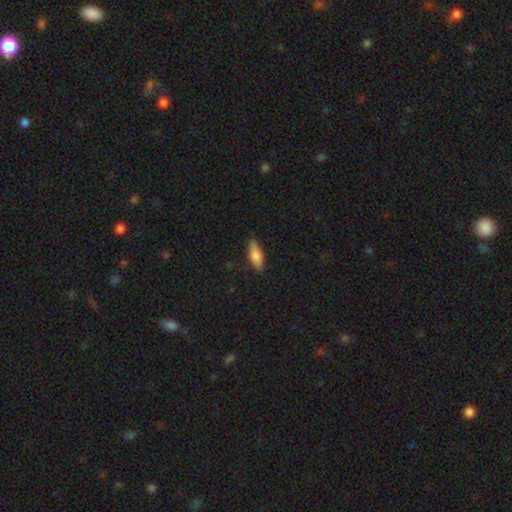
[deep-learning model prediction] smooth_or_featured: smooth (p=0.81) [alt: featured or disk p=0.13]
how_rounded: in between (p=0.69) [alt: cigar-shaped p=0.28]
merging: none (p=0.83) [alt: minor disturbance p=0.13]